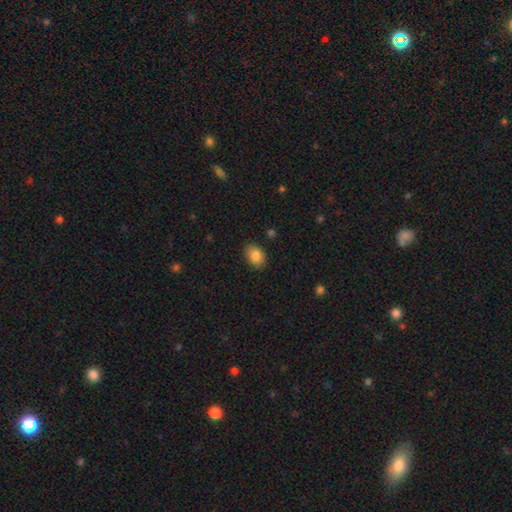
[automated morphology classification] type=smooth (85%); roundness=in between (76%); merging=none (88%).